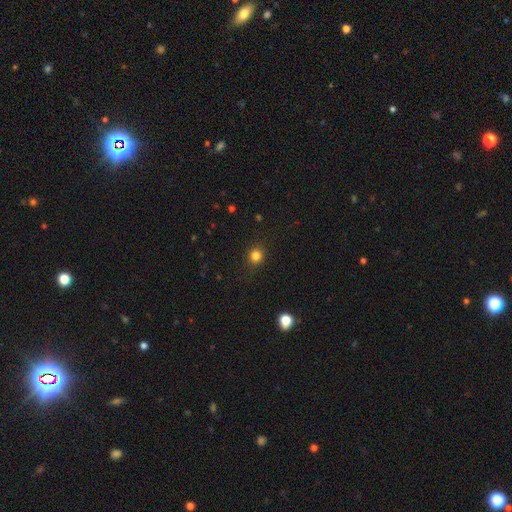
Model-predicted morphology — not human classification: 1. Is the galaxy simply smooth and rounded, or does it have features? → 83% smooth, 13% star or artifact, 4% featured or disk.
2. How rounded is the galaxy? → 88% round, 11% in between, 1% cigar-shaped.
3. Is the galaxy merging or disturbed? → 89% none, 7% minor disturbance, 2% major disturbance, 1% merger.